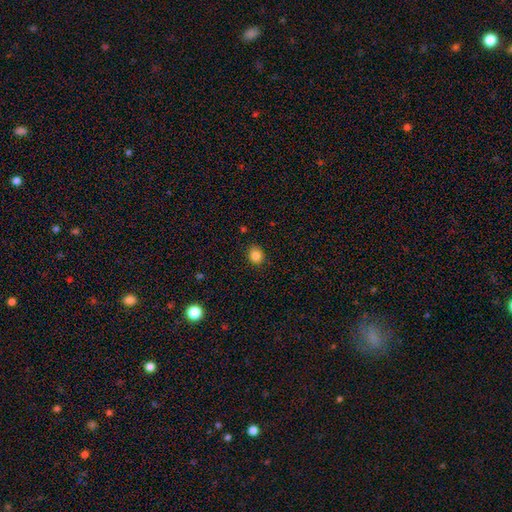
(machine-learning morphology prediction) A smooth galaxy with no disk features (84%) that is round (69%). Merging: none (87%).